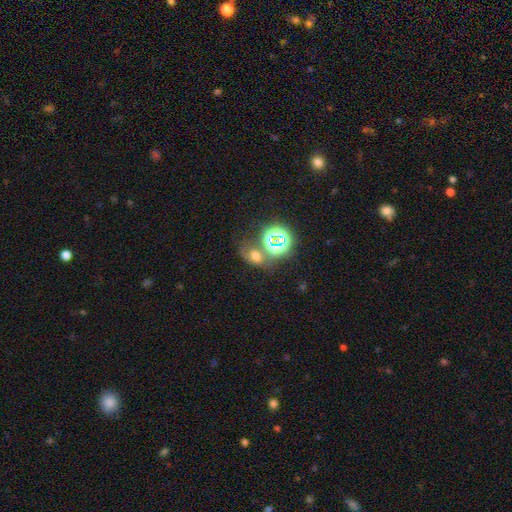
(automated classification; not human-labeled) smooth-or-featured: smooth: 50% | star or artifact: 34% | featured or disk: 16%
  how-rounded: in between: 67% | round: 31% | cigar-shaped: 2%
  merging: none: 46% | merger: 28% | minor disturbance: 15% | major disturbance: 10%